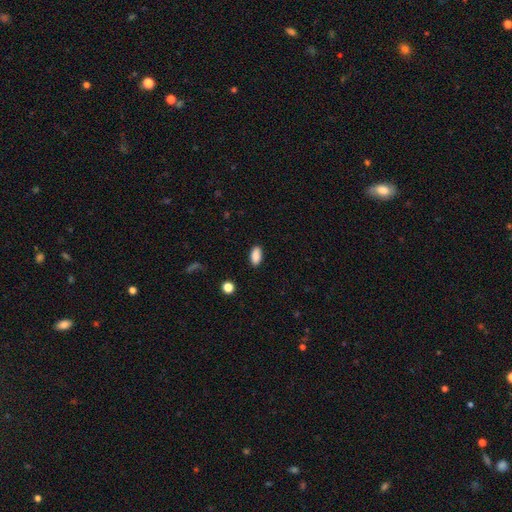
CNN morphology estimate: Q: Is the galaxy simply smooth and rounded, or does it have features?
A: smooth — 88%.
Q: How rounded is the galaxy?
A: in between — 90%.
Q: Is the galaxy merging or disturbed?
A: none — 87%.